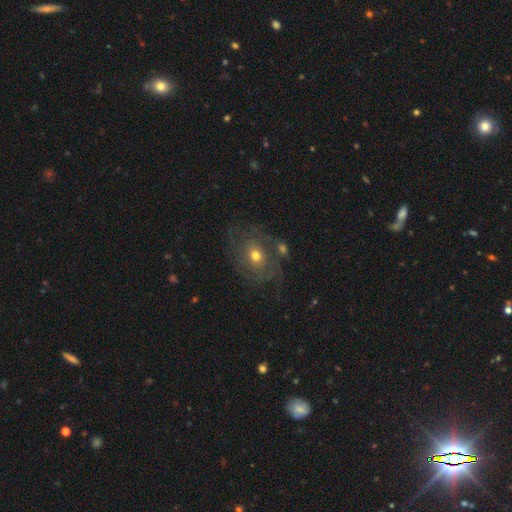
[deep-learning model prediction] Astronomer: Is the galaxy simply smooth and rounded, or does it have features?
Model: featured or disk — 66%.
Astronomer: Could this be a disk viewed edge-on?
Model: no — 96%.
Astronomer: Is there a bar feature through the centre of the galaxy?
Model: no — 81%.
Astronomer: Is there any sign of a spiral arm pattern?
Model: yes — 79%.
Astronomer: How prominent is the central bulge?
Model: moderate — 63%.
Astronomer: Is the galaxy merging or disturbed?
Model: none — 61%.